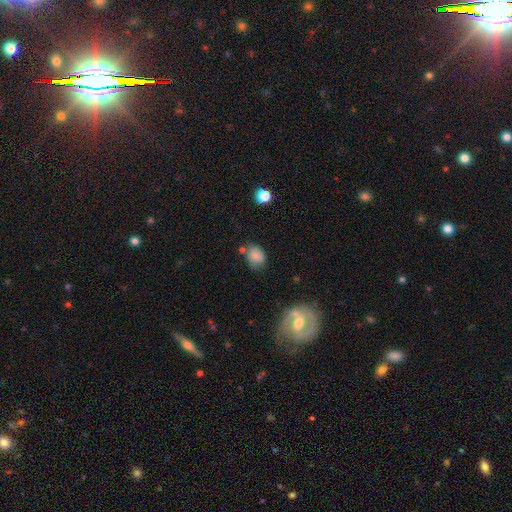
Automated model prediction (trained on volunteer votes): Overall: smooth (78%). How rounded: in between (65%; round 34%). Merging: none (61%; minor disturbance 25%).